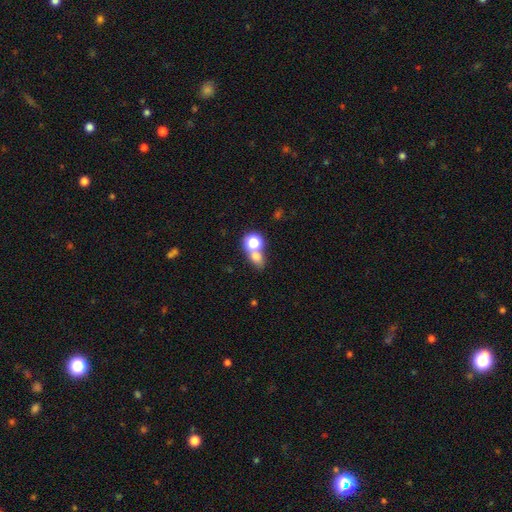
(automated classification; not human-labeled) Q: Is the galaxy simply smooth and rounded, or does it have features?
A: smooth — 69%.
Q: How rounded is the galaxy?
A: round — 54%.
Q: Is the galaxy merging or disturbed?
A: merger — 47%.